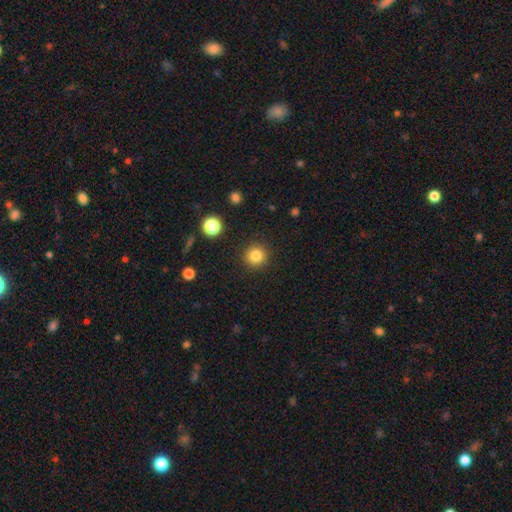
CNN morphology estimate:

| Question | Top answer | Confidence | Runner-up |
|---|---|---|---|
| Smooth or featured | smooth | 82% | star or artifact (12%) |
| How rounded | round | 94% | in between (5%) |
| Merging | none | 91% | minor disturbance (6%) |